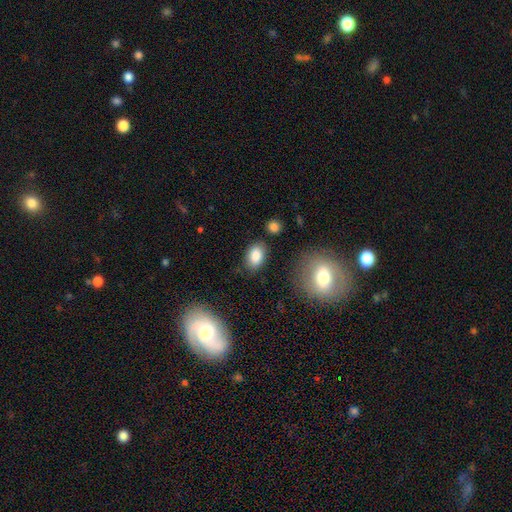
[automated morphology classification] The model was most divided on "merging": none: 81%, minor disturbance: 12%, merger: 4%, major disturbance: 3%. More confident: how rounded — in between (85%); smooth or featured — smooth (85%).